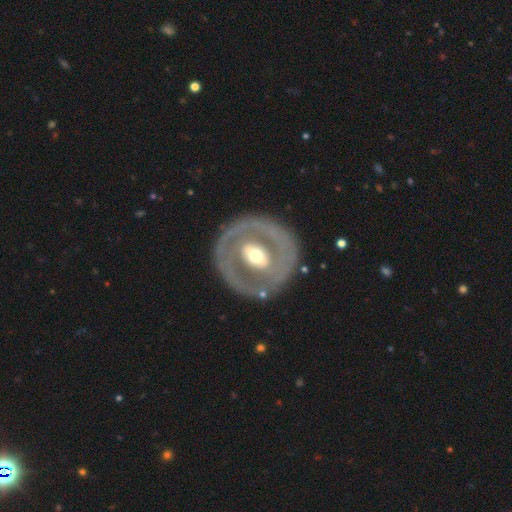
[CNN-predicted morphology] Overall: featured or disk (72%). Edge-on disk: no (95%). Bar: no (36%; weak 33%). Spiral arms: no (66%; yes 34%). Bulge size: moderate (66%). Merging: none (81%).